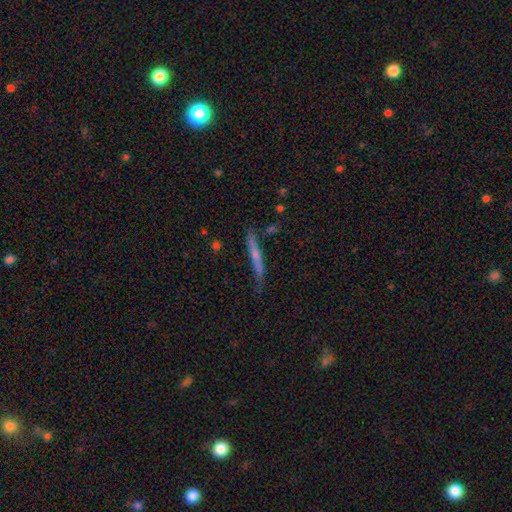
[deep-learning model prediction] smooth-or-featured: featured or disk: 53% | smooth: 39% | star or artifact: 7%
  disk-edge-on: yes: 94% | no: 6%
    edge-on-bulge: none: 50% | rounded: 41% | boxy: 8%
  merging: none: 71% | minor disturbance: 21% | major disturbance: 5% | merger: 3%